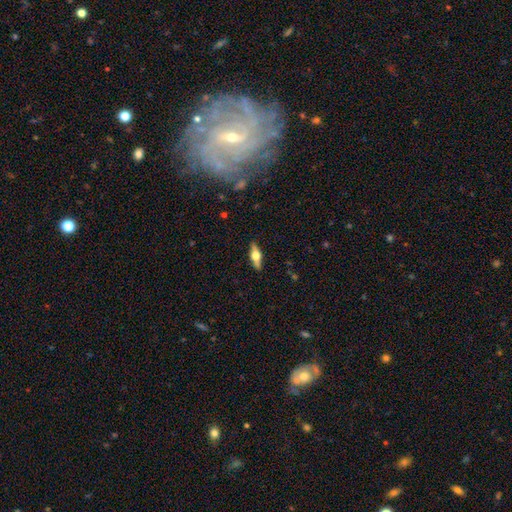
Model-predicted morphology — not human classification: Overall: featured or disk (61%; smooth 32%). Edge-on disk: yes (94%). Edge-on bulge: rounded (94%). Merging: none (88%).